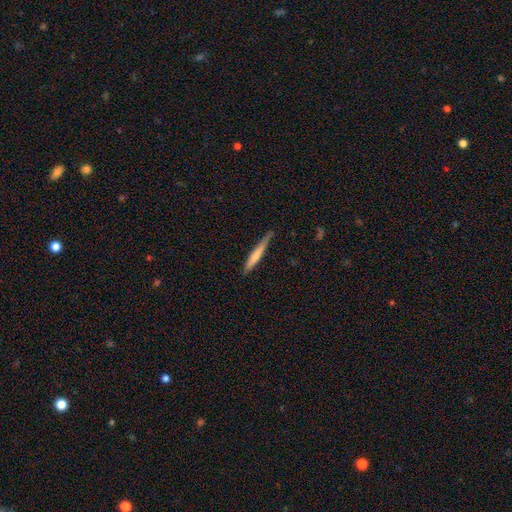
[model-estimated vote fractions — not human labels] Overall: smooth (63%; featured or disk 31%). How rounded: cigar-shaped (95%). Merging: none (77%).